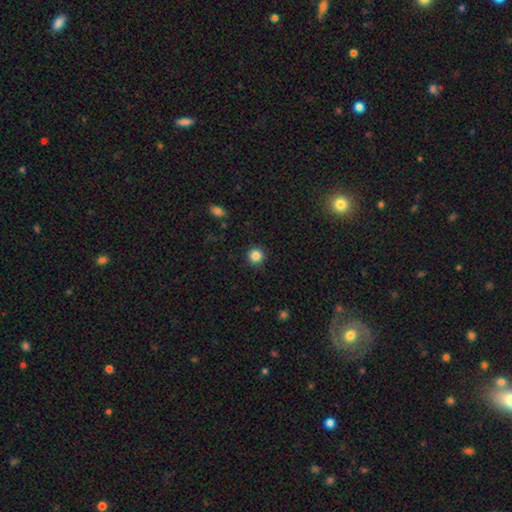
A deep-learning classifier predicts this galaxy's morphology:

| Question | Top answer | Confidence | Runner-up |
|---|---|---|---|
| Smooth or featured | smooth | 85% | star or artifact (11%) |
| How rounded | round | 95% | in between (4%) |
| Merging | none | 92% | minor disturbance (5%) |